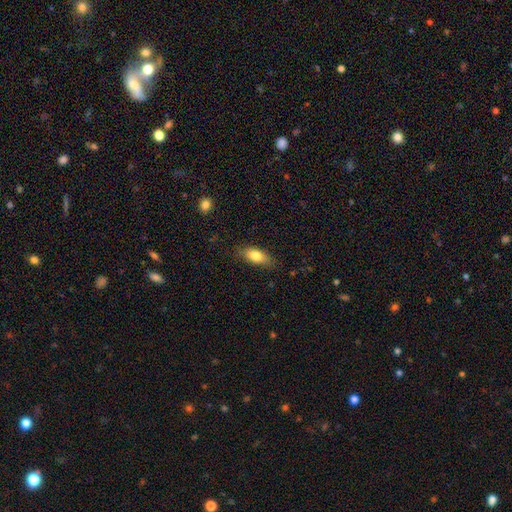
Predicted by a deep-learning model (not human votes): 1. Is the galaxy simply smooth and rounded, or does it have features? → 79% smooth, 14% featured or disk, 7% star or artifact.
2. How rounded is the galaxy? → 80% in between, 16% cigar-shaped, 4% round.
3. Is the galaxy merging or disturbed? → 80% none, 16% minor disturbance, 3% major disturbance, 1% merger.